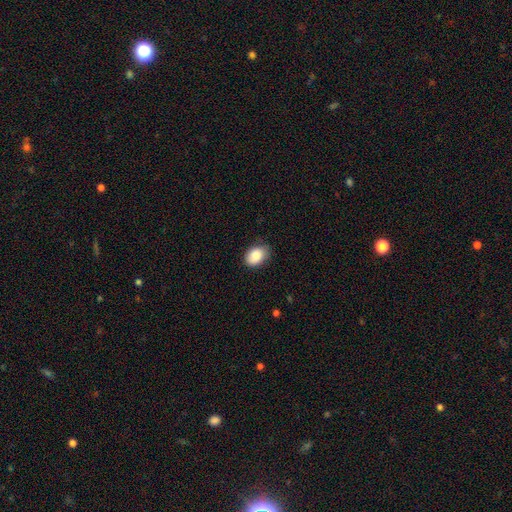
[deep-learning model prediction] Smooth or featured? smooth (86%)
How rounded? in between (81%)
Merging? none (75%)